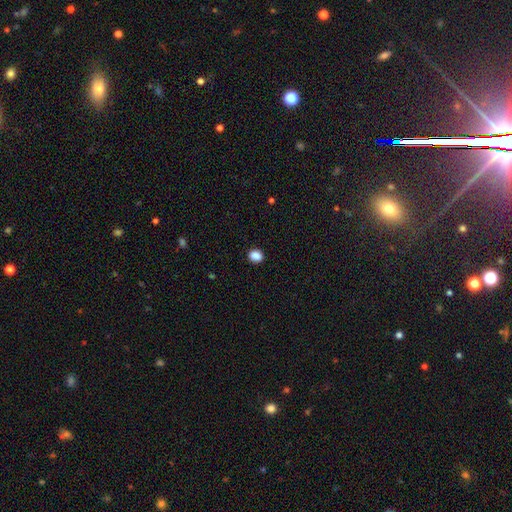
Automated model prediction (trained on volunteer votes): A smooth galaxy with no disk features (87%) that is round (57%).

Vote fractions:
- Smooth or featured? smooth: 87% / star or artifact: 10% / featured or disk: 3%
- How rounded? round: 57% / in between: 42% / cigar-shaped: 1%
- Merging? none: 89% / minor disturbance: 8% / major disturbance: 2% / merger: 1%